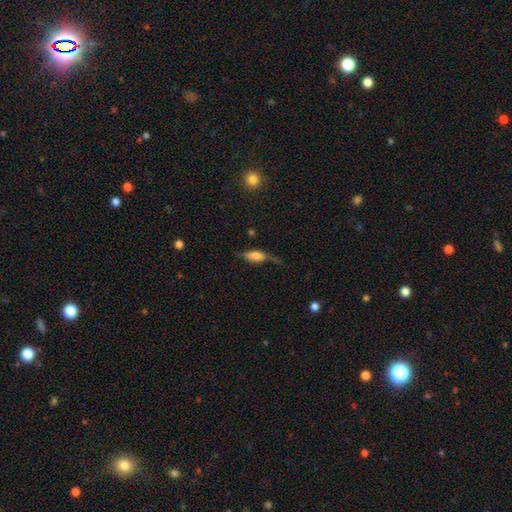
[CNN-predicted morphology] Smooth or featured? smooth (47%)
Merging? none (51%)